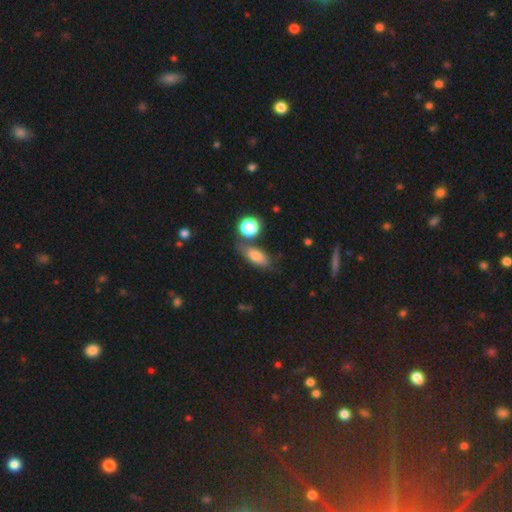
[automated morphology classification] Smooth or featured? smooth (75%)
How rounded? in between (75%)
Merging? none (61%)